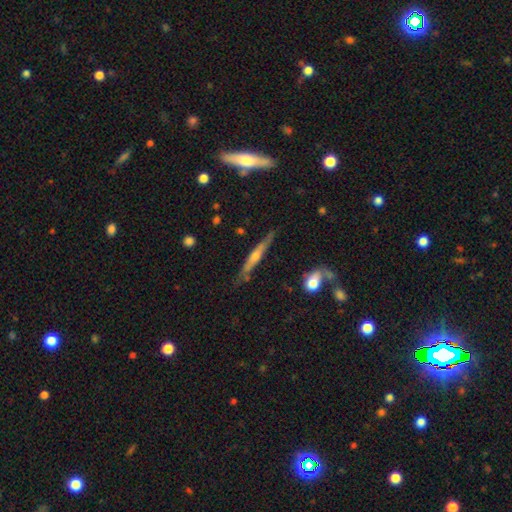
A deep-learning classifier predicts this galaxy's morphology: smooth-or-featured: featured or disk: 71% | smooth: 21% | star or artifact: 7%
  disk-edge-on: yes: 96% | no: 4%
    edge-on-bulge: rounded: 82% | none: 12% | boxy: 6%
  merging: none: 81% | minor disturbance: 14% | major disturbance: 3% | merger: 2%